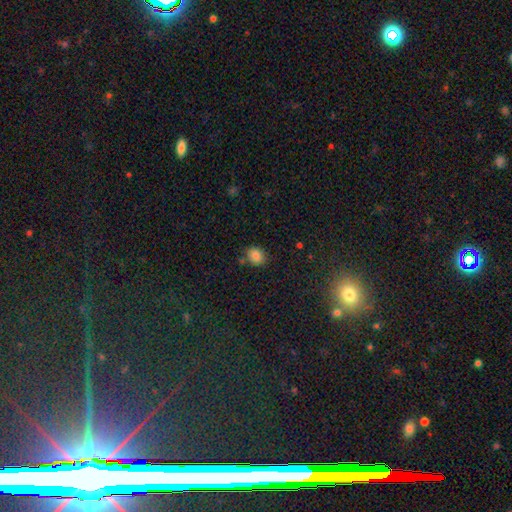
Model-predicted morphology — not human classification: This appears to be a smooth galaxy with no disk features (82%) that is round (61%). Merging: none (79%).